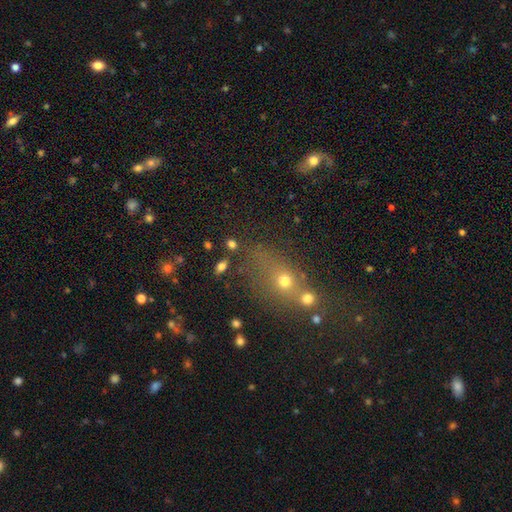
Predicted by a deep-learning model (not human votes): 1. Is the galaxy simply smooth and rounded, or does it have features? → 47% smooth, 35% star or artifact, 18% featured or disk.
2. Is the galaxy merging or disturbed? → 51% none, 29% merger, 13% minor disturbance, 8% major disturbance.